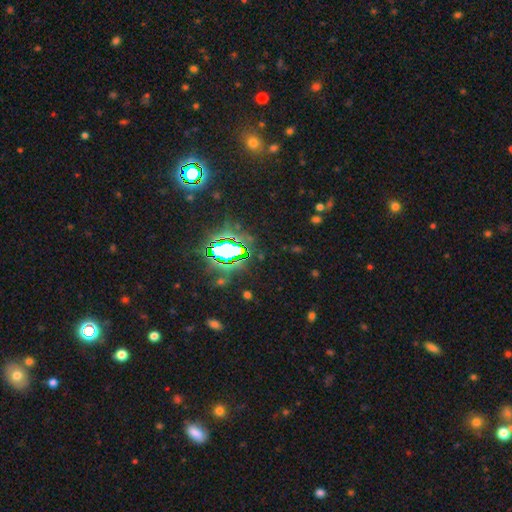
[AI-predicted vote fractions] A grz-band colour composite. It shows a star or artifact, not a galaxy (80%).